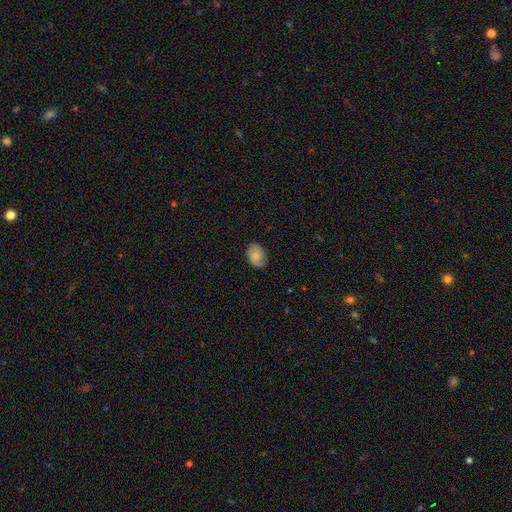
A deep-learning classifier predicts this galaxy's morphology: This is likely a smooth galaxy (61%). How rounded: likely in between (76%). Merging: likely none (75%).